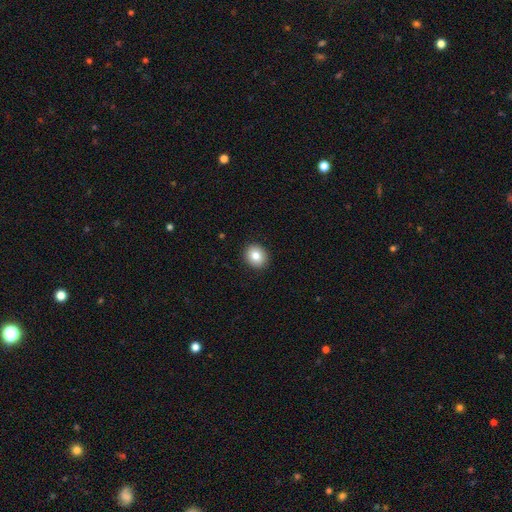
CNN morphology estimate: Overall: smooth (82%). How rounded: round (72%). Merging: none (92%).